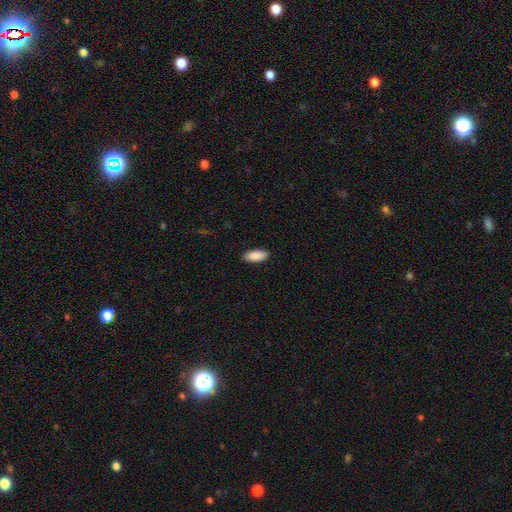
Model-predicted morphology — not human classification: A smooth galaxy with no disk features (90%) that is in between round and cigar-shaped (83%).

Vote fractions:
- Smooth or featured? smooth: 90% / star or artifact: 6% / featured or disk: 4%
- How rounded? in between: 83% / cigar-shaped: 15% / round: 2%
- Merging? none: 89% / minor disturbance: 8% / major disturbance: 2% / merger: 1%